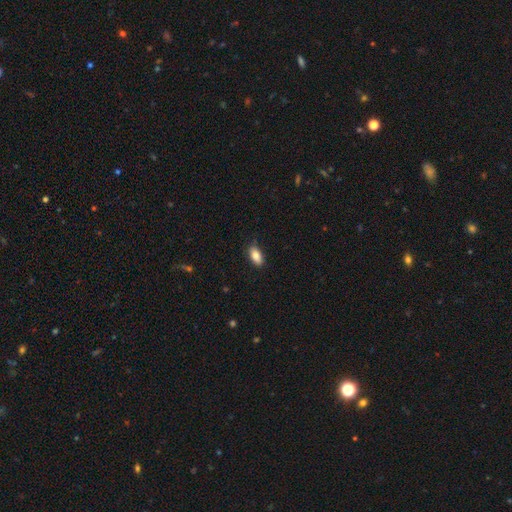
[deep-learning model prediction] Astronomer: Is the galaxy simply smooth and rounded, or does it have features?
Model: smooth — 84%.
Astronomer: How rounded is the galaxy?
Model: in between — 90%.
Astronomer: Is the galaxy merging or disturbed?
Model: none — 83%.